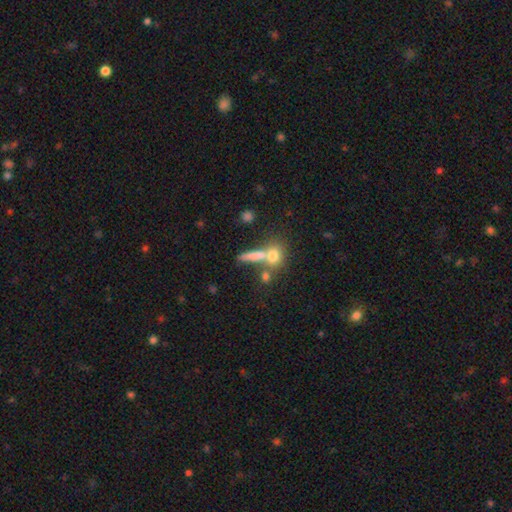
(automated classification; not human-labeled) Smooth or featured?
  - smooth: 69% *
  - featured or disk: 18%
  - star or artifact: 12%
How rounded?
  - cigar-shaped: 48% *
  - round: 26%
  - in between: 26%
Merging?
  - none: 50% *
  - merger: 32%
  - minor disturbance: 11%
  - major disturbance: 7%